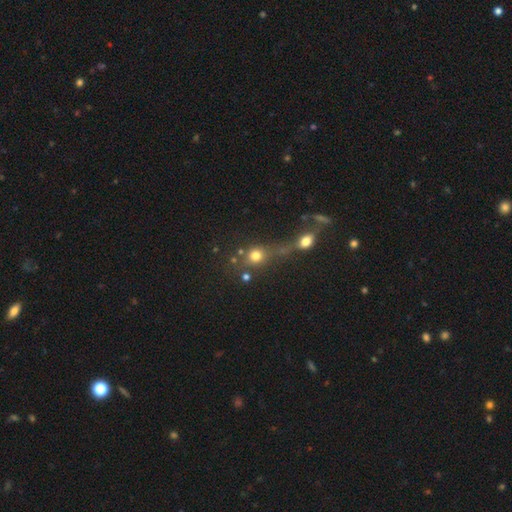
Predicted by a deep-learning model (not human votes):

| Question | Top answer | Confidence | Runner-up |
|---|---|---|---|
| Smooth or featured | smooth | 71% | star or artifact (17%) |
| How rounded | round | 81% | in between (16%) |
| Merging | merger | 43% | none (40%) |